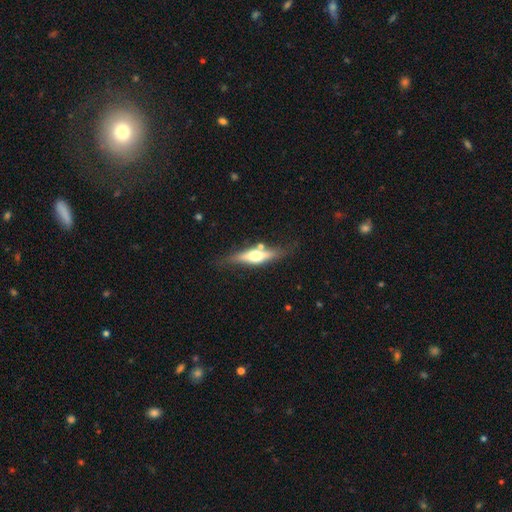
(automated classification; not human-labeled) The model was most divided on "smooth or featured": featured or disk: 59%, smooth: 35%, star or artifact: 6%. More confident: edge-on bulge — rounded (91%); edge-on disk — yes (89%); merging — none (73%).